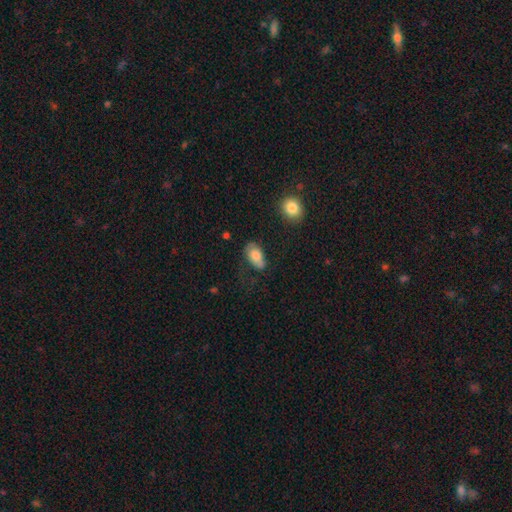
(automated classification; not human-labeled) Smooth or featured? smooth (77%)
How rounded? in between (92%)
Merging? none (60%)